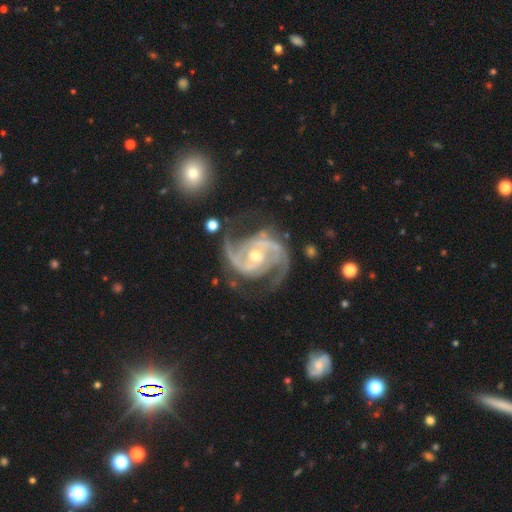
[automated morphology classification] A featured or disk galaxy (94%) with no bar (41%), 2 (82%) medium (57%) spiral arms (99%) and a moderate central bulge (62%). Merging: none (69%).